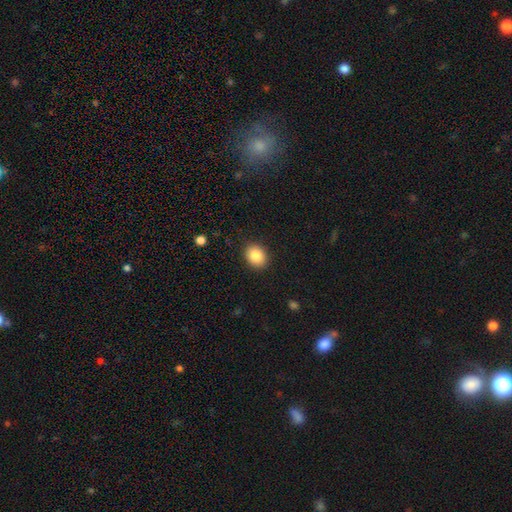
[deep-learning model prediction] Overall: smooth (87%). How rounded: in between (52%; round 47%). Merging: none (89%).